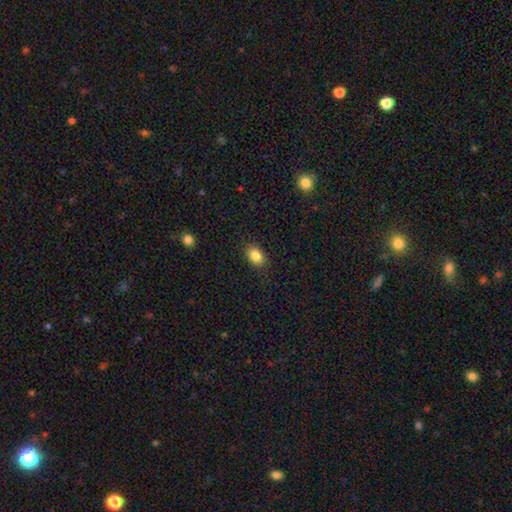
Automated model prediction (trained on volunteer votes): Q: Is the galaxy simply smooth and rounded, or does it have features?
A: smooth — 86%.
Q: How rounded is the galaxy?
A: in between — 80%.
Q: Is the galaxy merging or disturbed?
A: none — 87%.